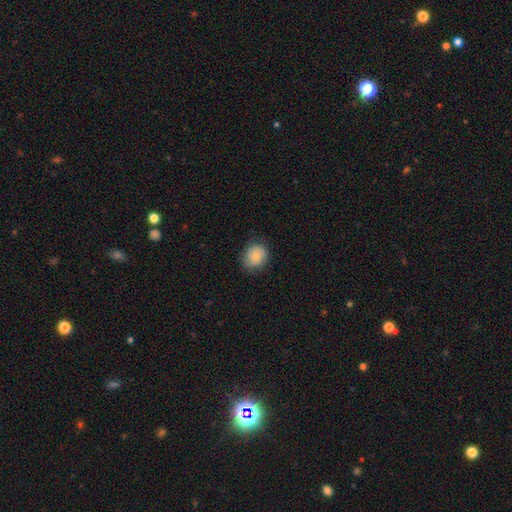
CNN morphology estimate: A smooth galaxy with no disk features (80%) that is round (74%). Merging: none (77%).